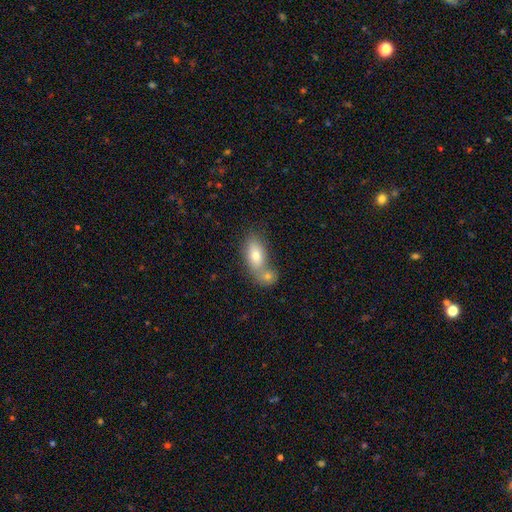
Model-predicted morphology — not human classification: type=smooth (72%); roundness=in between (84%); merging=merger (53%).